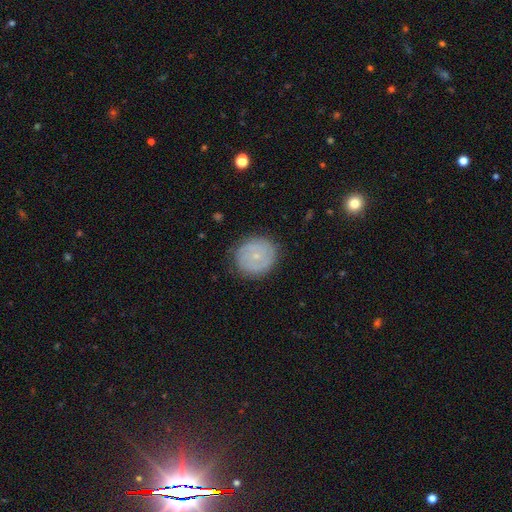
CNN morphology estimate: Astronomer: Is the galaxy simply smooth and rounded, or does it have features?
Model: featured or disk — 61%.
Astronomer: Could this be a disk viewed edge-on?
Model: no — 97%.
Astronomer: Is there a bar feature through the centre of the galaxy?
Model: no — 77%.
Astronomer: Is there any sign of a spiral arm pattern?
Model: yes — 80%.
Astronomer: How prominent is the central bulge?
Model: small — 81%.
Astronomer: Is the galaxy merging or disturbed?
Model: none — 83%.